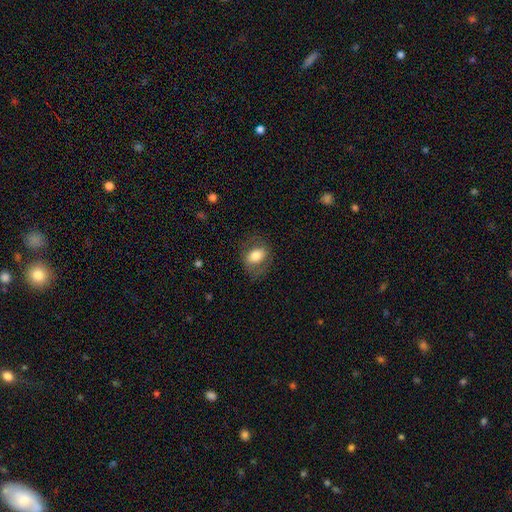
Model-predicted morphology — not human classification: Smooth or featured?
  - smooth: 68% *
  - featured or disk: 24%
  - star or artifact: 8%
How rounded?
  - in between: 73% *
  - round: 25%
  - cigar-shaped: 2%
Merging?
  - none: 72% *
  - minor disturbance: 16%
  - major disturbance: 10%
  - merger: 1%